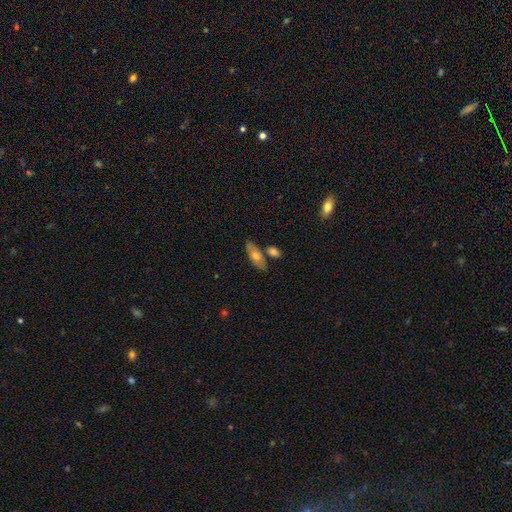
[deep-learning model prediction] Morphology: type=smooth (59%); roundness=in between (71%); merging=none (66%).